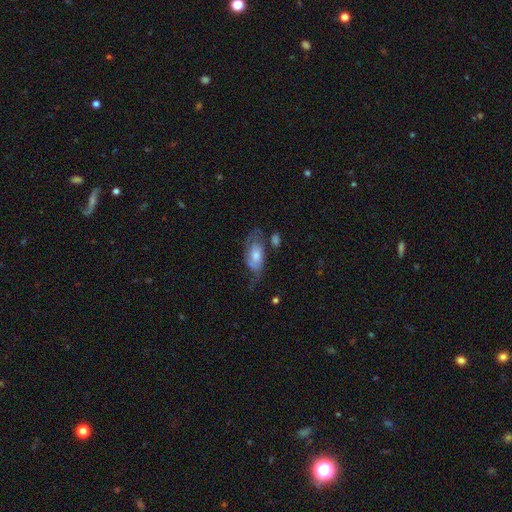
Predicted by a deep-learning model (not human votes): Overall: featured or disk (57%; smooth 36%). Edge-on disk: no (91%). Bar: no (71%). Spiral arms: yes (78%). Bulge size: moderate (52%; small 23%). Merging: none (41%; minor disturbance 27%).